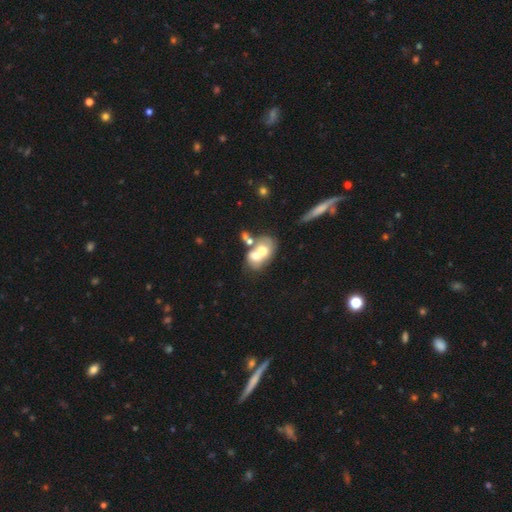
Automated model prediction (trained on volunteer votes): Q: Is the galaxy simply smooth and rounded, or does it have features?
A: smooth — 53%.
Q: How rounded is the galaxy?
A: in between — 68%.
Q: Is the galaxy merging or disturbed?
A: merger — 69%.